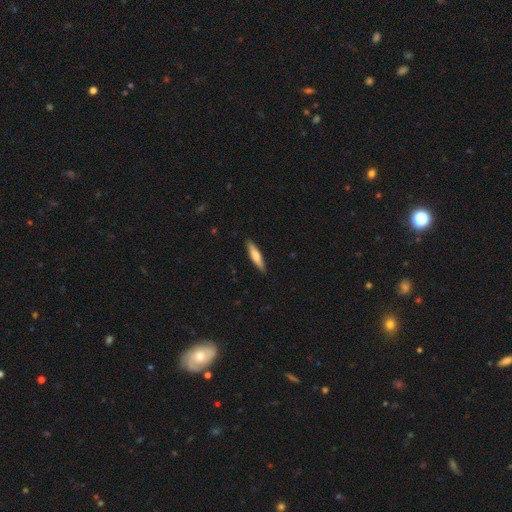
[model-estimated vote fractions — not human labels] The model was most divided on "smooth or featured": smooth: 67%, featured or disk: 27%, star or artifact: 5%. More confident: merging — none (89%); how rounded — cigar-shaped (82%).